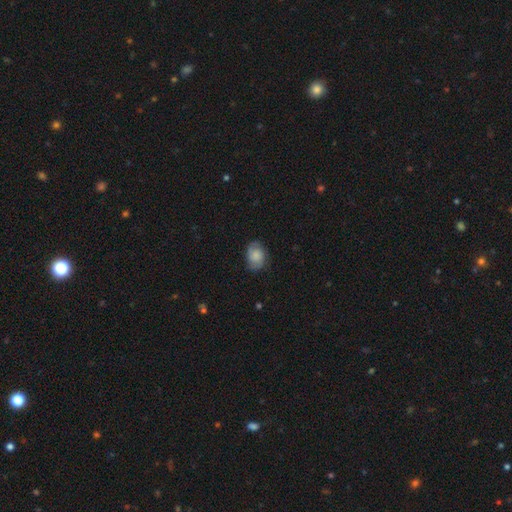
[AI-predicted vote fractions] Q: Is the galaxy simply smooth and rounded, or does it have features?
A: smooth — 55%.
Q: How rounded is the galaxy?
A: in between — 64%.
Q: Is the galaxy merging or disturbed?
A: none — 72%.